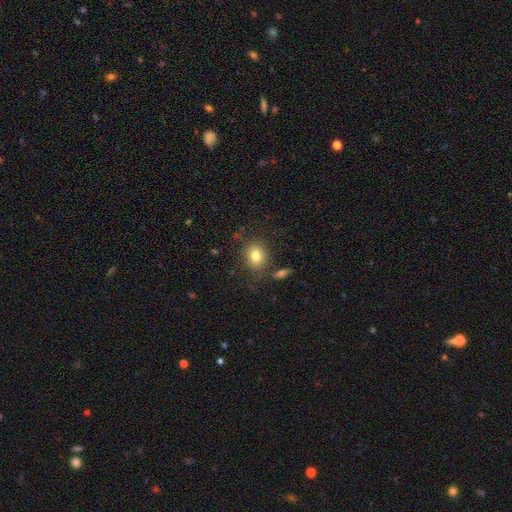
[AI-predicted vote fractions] Overall: smooth (79%). How rounded: round (56%; in between 43%). Merging: none (81%).